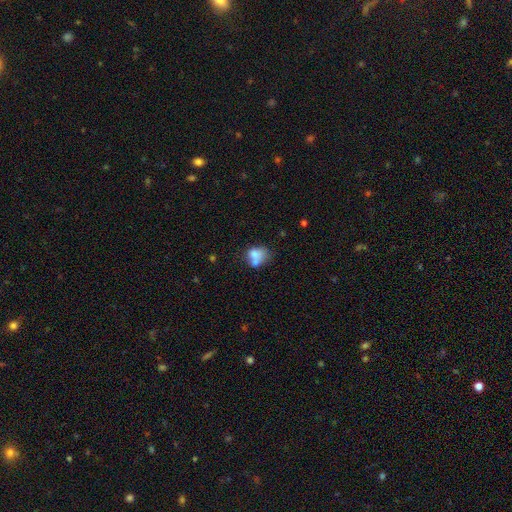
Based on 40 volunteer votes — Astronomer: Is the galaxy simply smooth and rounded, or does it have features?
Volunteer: smooth — 60%.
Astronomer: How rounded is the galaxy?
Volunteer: in between — 67%.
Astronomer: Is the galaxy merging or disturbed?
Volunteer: merger — 56%.